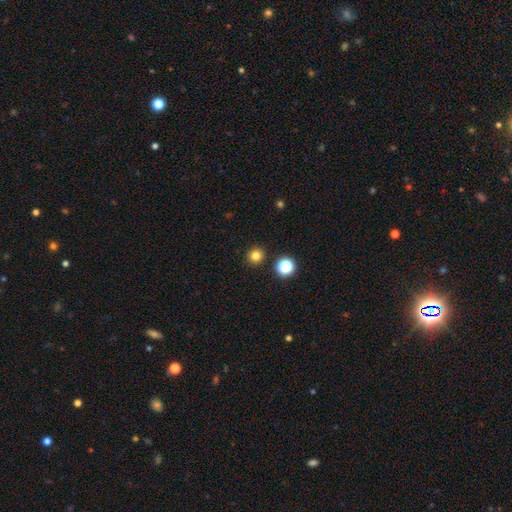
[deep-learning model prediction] This appears to be a smooth galaxy with no disk features (80%) that is round (92%). Merging: none (91%).